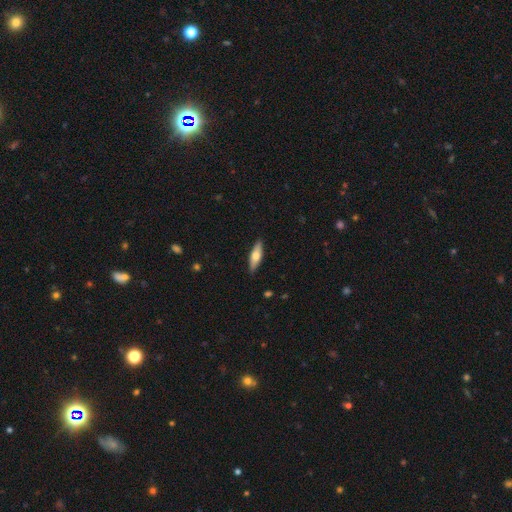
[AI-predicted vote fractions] smooth-or-featured: smooth: 60% | featured or disk: 34% | star or artifact: 6%
  how-rounded: cigar-shaped: 55% | in between: 43% | round: 2%
  merging: none: 88% | minor disturbance: 9% | major disturbance: 2% | merger: 1%